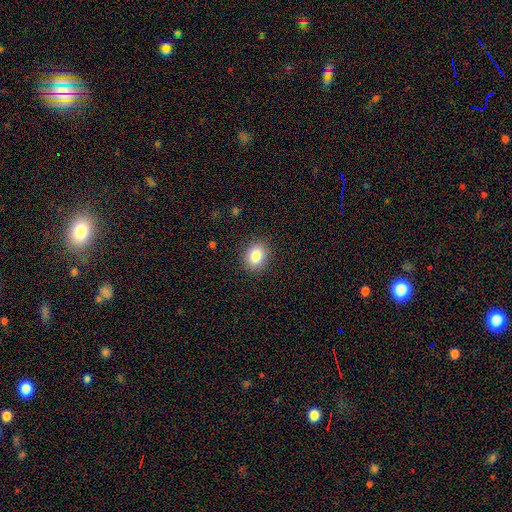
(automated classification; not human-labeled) Overall: smooth (83%). How rounded: round (51%; in between 49%). Merging: none (89%).